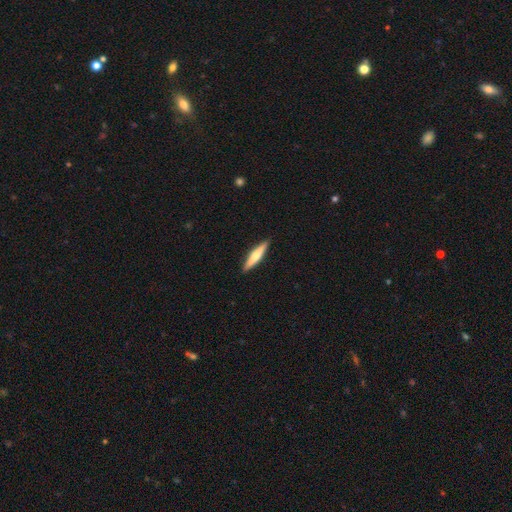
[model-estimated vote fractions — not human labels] This is possibly a smooth galaxy (48%). Merging: clearly none (91%).